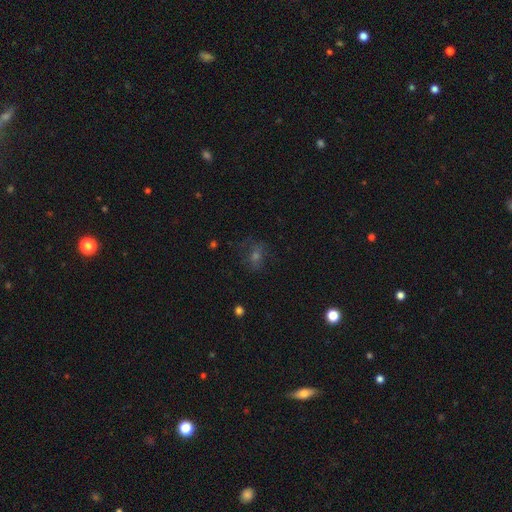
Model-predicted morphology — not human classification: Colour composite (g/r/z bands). It shows a smooth galaxy with no disk features (41%). Merging: none (65%).